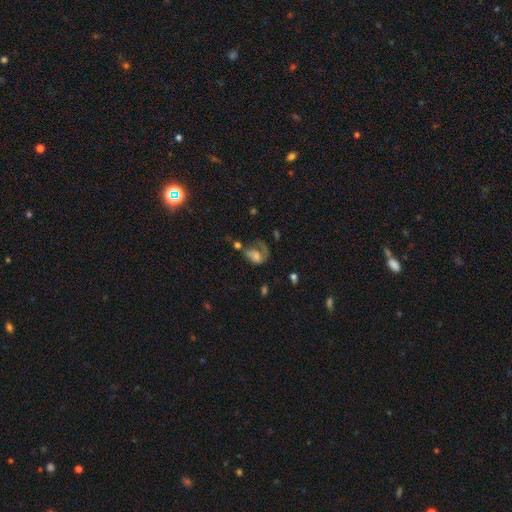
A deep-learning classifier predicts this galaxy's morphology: Smooth or featured: featured or disk — 50% (smooth — 39%)
Merging: major disturbance — 43% (none — 27%)